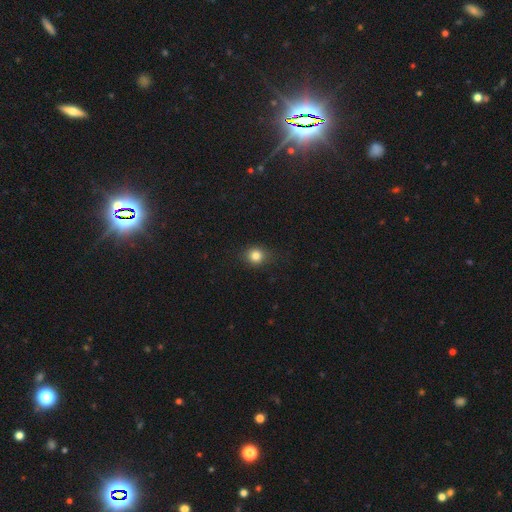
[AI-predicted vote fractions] smooth-or-featured: smooth: 82% | star or artifact: 12% | featured or disk: 6%
  how-rounded: round: 81% | in between: 18% | cigar-shaped: 1%
  merging: none: 83% | minor disturbance: 13% | major disturbance: 3% | merger: 1%